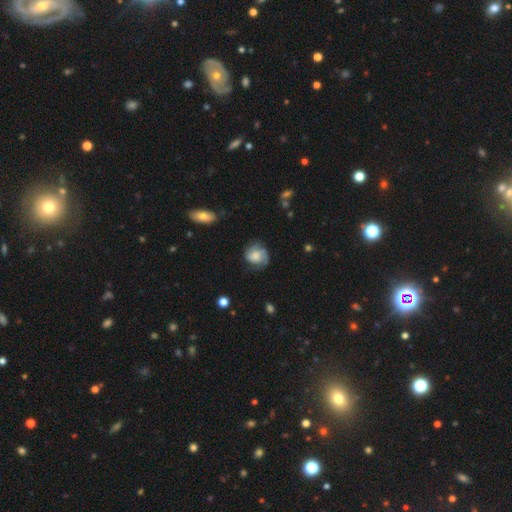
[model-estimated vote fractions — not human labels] Smooth or featured: featured or disk — 59% (smooth — 33%)
Edge-on disk: no — 98% (yes — 2%)
Bar: no — 66% (weak — 30%)
Spiral arms: yes — 91% (no — 9%)
Spiral winding: medium — 42% (tight — 41%)
Spiral arm count: 2 — 49% (3 — 20%)
Bulge size: moderate — 38% (small — 24%)
Merging: none — 66% (minor disturbance — 22%)